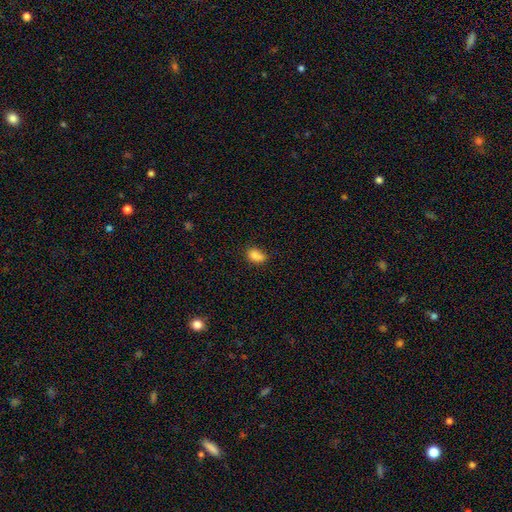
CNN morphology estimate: type=smooth (83%); roundness=in between (80%); merging=none (55%).